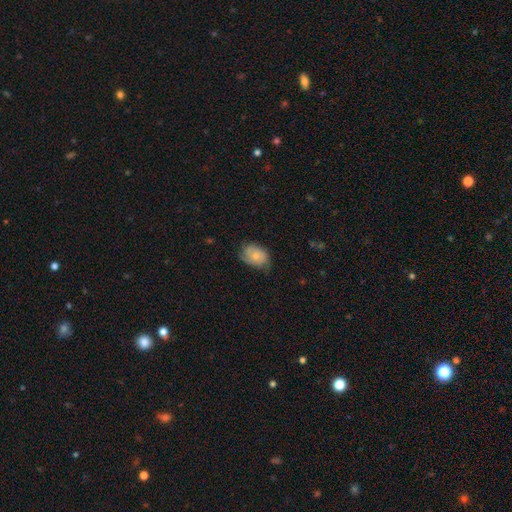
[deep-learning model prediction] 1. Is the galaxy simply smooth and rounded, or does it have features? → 64% smooth, 29% featured or disk, 7% star or artifact.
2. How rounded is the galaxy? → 74% in between, 25% round, 1% cigar-shaped.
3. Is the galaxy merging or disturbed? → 60% none, 31% minor disturbance, 8% major disturbance, 1% merger.